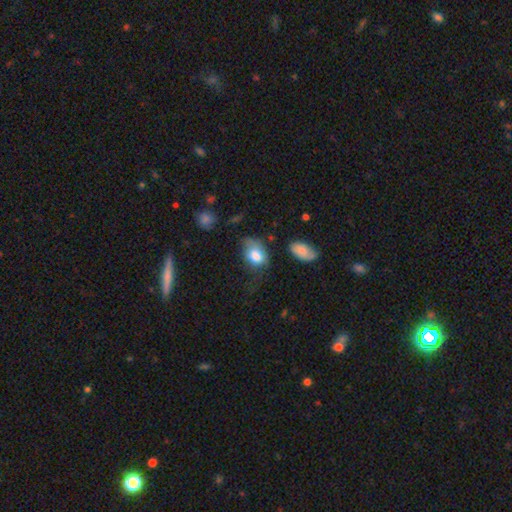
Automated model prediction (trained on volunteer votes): Smooth or featured?
  - smooth: 78% *
  - featured or disk: 14%
  - star or artifact: 8%
How rounded?
  - in between: 77% *
  - round: 22%
  - cigar-shaped: 1%
Merging?
  - minor disturbance: 35% *
  - none: 34%
  - major disturbance: 27%
  - merger: 4%